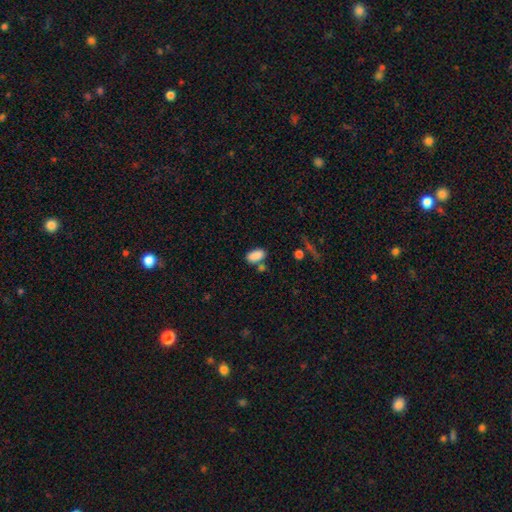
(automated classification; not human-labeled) A smooth galaxy with no disk features (87%) that is in between round and cigar-shaped (92%).

Vote fractions:
- Smooth or featured? smooth: 87% / star or artifact: 9% / featured or disk: 5%
- How rounded? in between: 92% / cigar-shaped: 4% / round: 4%
- Merging? none: 64% / merger: 18% / minor disturbance: 14% / major disturbance: 4%